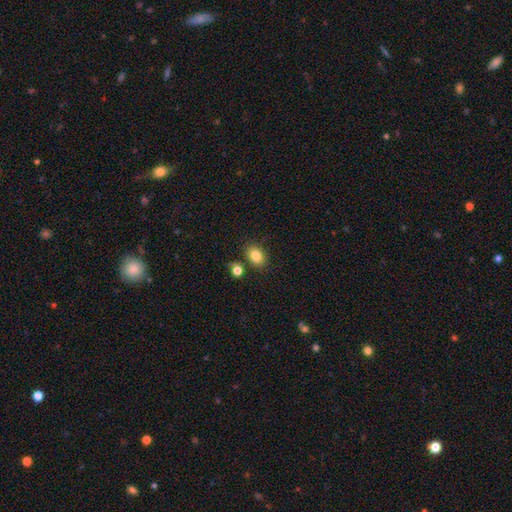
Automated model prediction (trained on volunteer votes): A smooth galaxy with no disk features (84%) that is in between round and cigar-shaped (70%).

Vote fractions:
- Smooth or featured? smooth: 84% / star or artifact: 9% / featured or disk: 6%
- How rounded? in between: 70% / round: 29% / cigar-shaped: 1%
- Merging? none: 78% / minor disturbance: 11% / merger: 8% / major disturbance: 3%